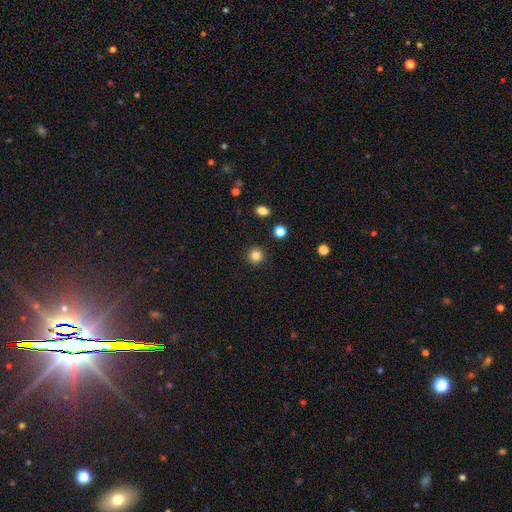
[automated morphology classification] A smooth galaxy with no disk features (84%) that is round (94%). Merging: none (91%).